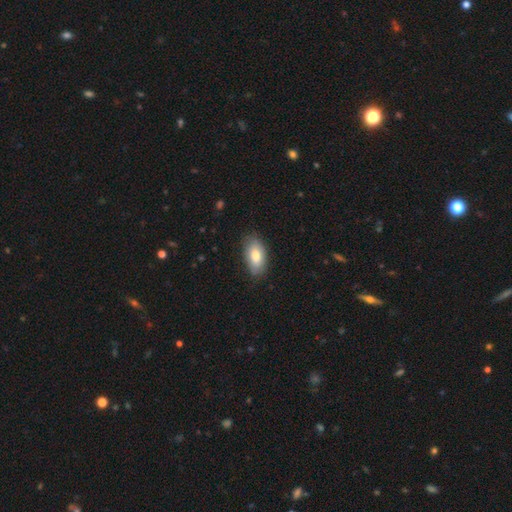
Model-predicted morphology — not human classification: A smooth galaxy with no disk features (78%) that is in between round and cigar-shaped (92%).

Vote fractions:
- Smooth or featured? smooth: 78% / featured or disk: 15% / star or artifact: 7%
- How rounded? in between: 92% / round: 5% / cigar-shaped: 3%
- Merging? none: 81% / minor disturbance: 15% / major disturbance: 3% / merger: 1%